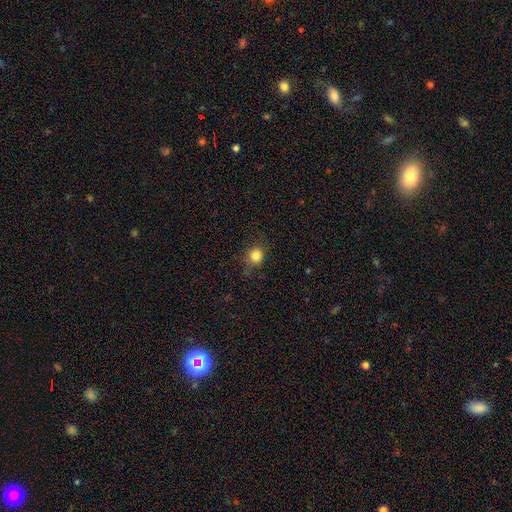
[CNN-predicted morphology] The model was most divided on "merging": none: 79%, minor disturbance: 15%, major disturbance: 5%, merger: 1%. More confident: smooth or featured — smooth (82%); how rounded — round (82%).